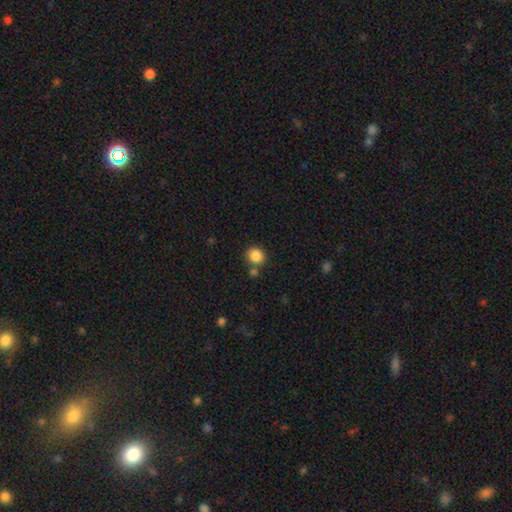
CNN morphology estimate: A smooth galaxy with no disk features (86%) that is round (76%). Merging: none (76%).